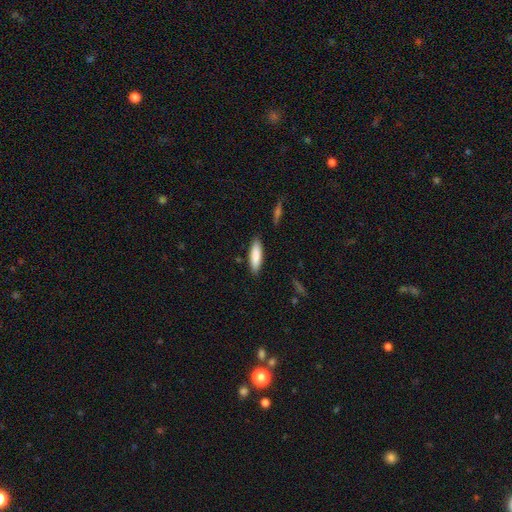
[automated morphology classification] This appears to be a smooth galaxy with no disk features (86%) that is cigar-shaped (59%). Merging: none (88%).